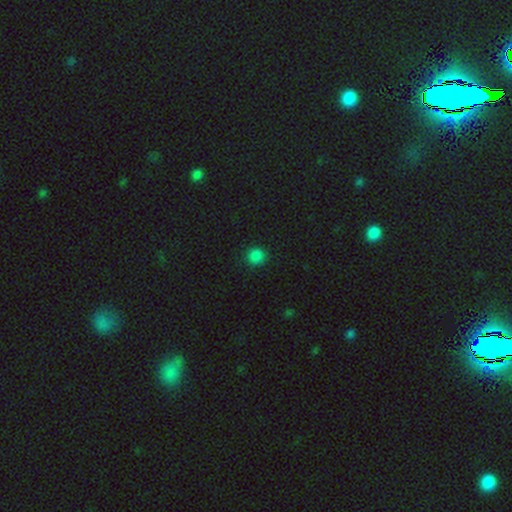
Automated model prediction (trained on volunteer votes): A smooth galaxy with no disk features (84%) that is round (91%).

Vote fractions:
- Smooth or featured? smooth: 84% / star or artifact: 13% / featured or disk: 2%
- How rounded? round: 91% / in between: 8% / cigar-shaped: 1%
- Merging? none: 91% / minor disturbance: 6% / major disturbance: 2% / merger: 1%